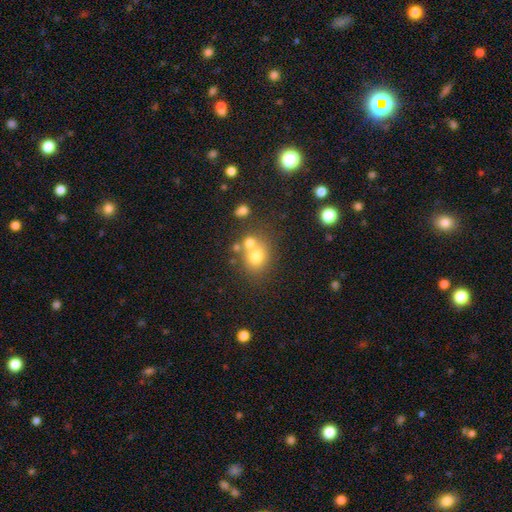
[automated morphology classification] Smooth or featured? Predicted: smooth (p=0.72). How rounded? Predicted: round (p=0.68). Merging? Predicted: none (p=0.52).